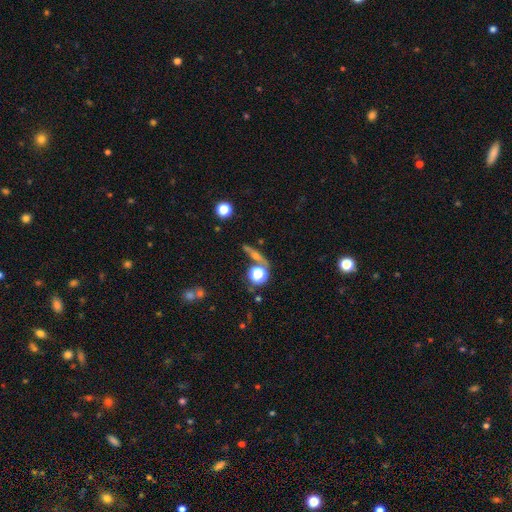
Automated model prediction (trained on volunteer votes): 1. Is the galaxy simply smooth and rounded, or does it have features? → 46% featured or disk, 32% smooth, 22% star or artifact.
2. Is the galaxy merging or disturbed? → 68% none, 13% merger, 12% minor disturbance, 7% major disturbance.